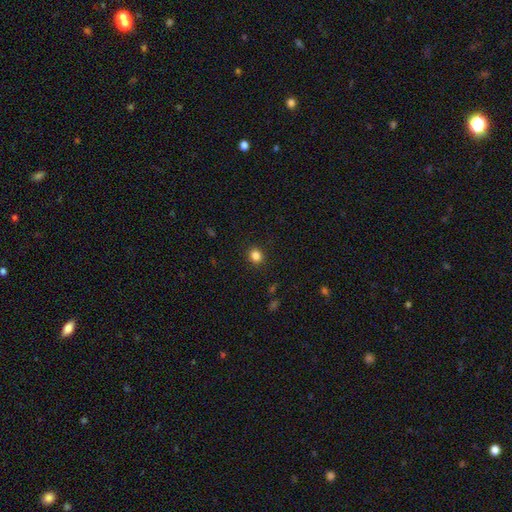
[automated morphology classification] smooth-or-featured: smooth: 85% | star or artifact: 12% | featured or disk: 4%
  how-rounded: round: 79% | in between: 20% | cigar-shaped: 1%
  merging: none: 90% | minor disturbance: 7% | major disturbance: 2% | merger: 1%